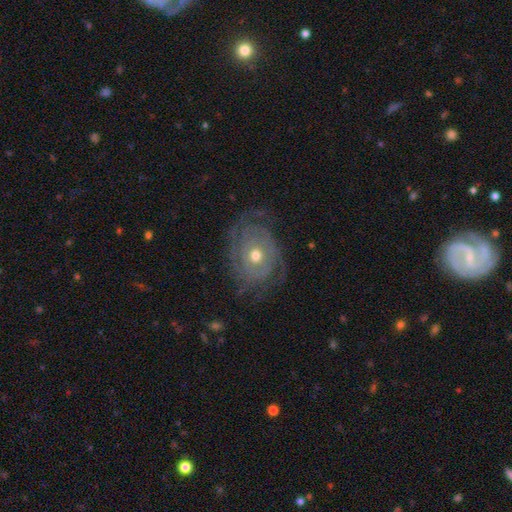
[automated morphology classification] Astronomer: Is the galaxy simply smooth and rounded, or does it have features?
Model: featured or disk — 81%.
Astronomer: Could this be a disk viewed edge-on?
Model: no — 96%.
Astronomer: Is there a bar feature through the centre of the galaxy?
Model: no — 83%.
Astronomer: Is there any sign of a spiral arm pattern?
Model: yes — 86%.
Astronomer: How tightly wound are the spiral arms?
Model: tight — 72%.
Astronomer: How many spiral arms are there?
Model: can't tell — 39% (runner-up: 2, 25%).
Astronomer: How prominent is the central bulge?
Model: moderate — 66%.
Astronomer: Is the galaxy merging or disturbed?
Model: none — 71%.